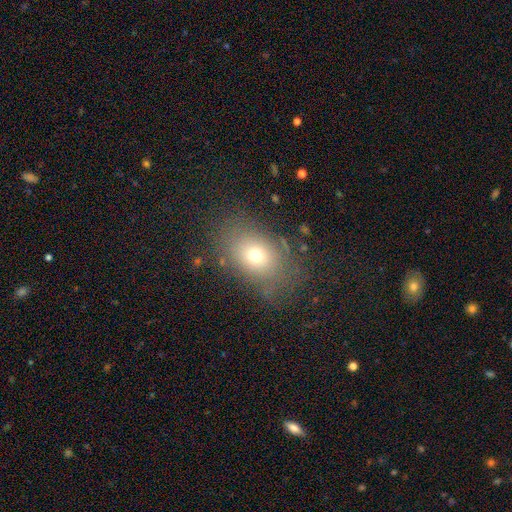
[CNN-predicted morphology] type=smooth (67%); roundness=in between (64%); merging=none (73%).